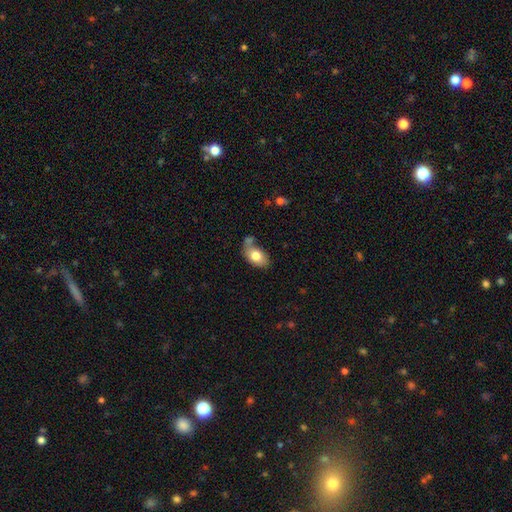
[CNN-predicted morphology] smooth 77%, featured or disk 16%, star or artifact 7%. Down the decision tree: how rounded — in between (87%); merging — none (42%).